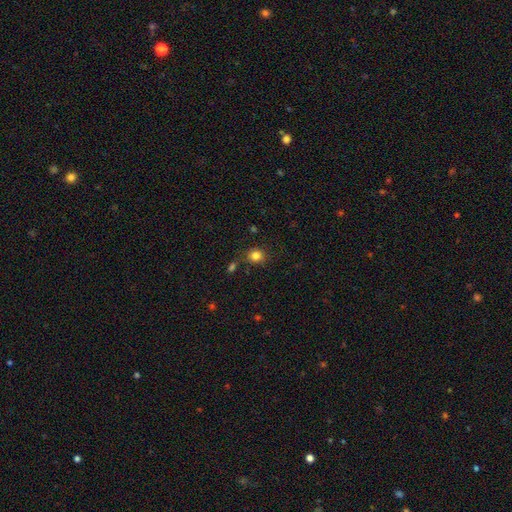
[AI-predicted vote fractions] Smooth or featured?
  - smooth: 82% *
  - star or artifact: 12%
  - featured or disk: 6%
How rounded?
  - round: 80% *
  - in between: 19%
  - cigar-shaped: 1%
Merging?
  - none: 81% *
  - minor disturbance: 11%
  - merger: 5%
  - major disturbance: 3%